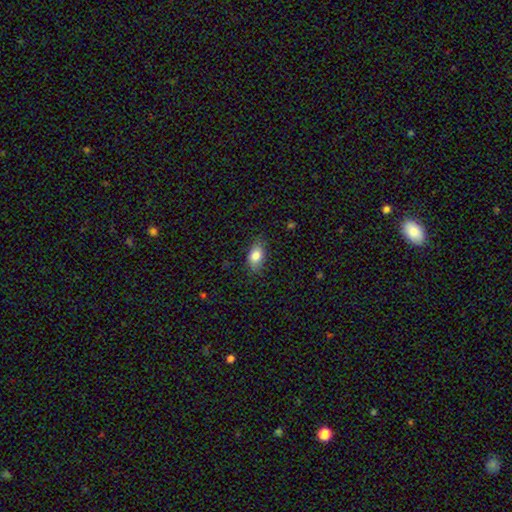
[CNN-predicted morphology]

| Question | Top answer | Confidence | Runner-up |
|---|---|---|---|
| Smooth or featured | smooth | 82% | featured or disk (10%) |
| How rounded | in between | 87% | round (8%) |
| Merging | none | 81% | minor disturbance (15%) |